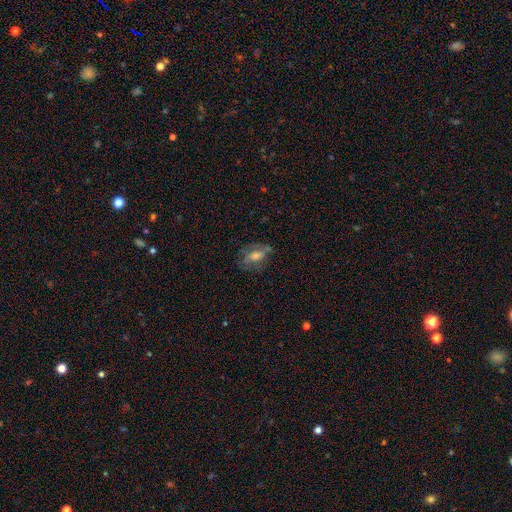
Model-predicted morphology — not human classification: Smooth or featured? Predicted: featured or disk (p=0.47). Merging? Predicted: none (p=0.60).